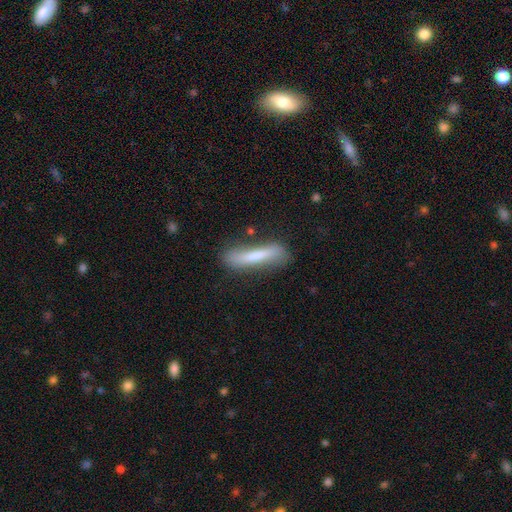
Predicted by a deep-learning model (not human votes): This is likely a smooth galaxy (66%). How rounded: clearly cigar-shaped (89%). Merging: likely none (71%).